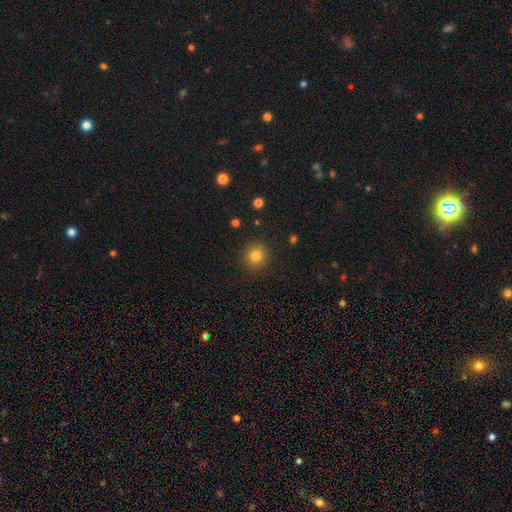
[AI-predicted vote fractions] This is clearly a smooth galaxy (81%). How rounded: clearly round (91%). Merging: clearly none (91%).